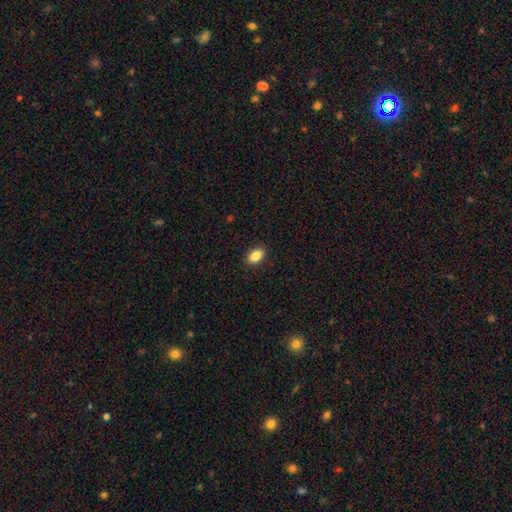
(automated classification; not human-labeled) This appears to be a smooth galaxy with no disk features (87%) that is in between round and cigar-shaped (89%). Merging: none (89%).